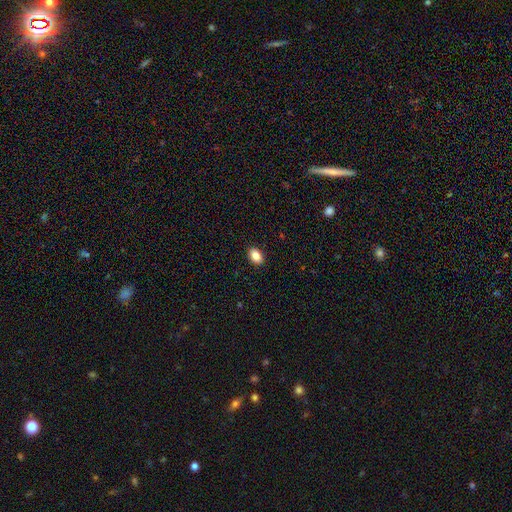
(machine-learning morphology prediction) Smooth or featured: smooth — 85% (star or artifact — 8%)
How rounded: in between — 84% (round — 15%)
Merging: none — 91% (minor disturbance — 7%)